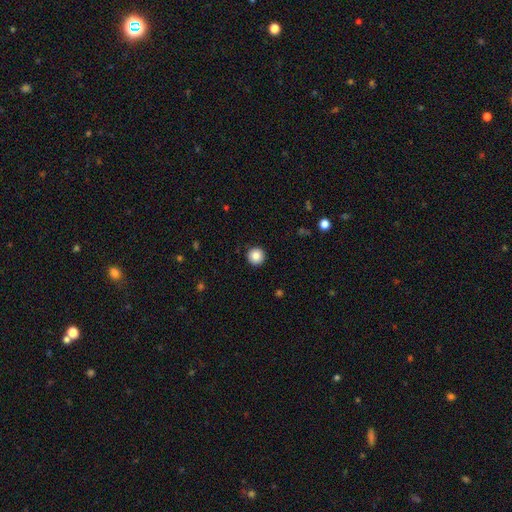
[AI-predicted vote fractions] Overall: smooth (86%). How rounded: round (96%). Merging: none (92%).